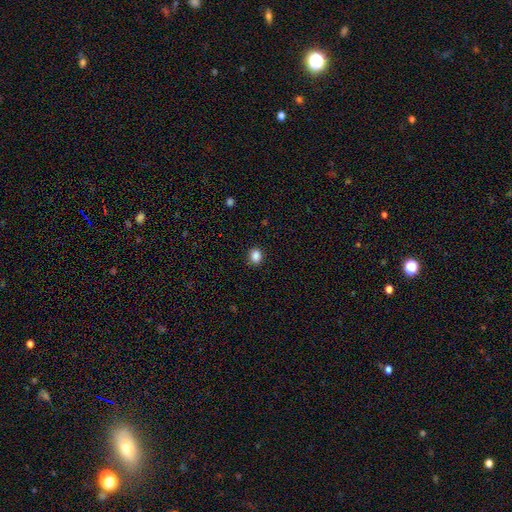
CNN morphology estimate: Q: Smooth or featured?
A: smooth (87%); runner-up: star or artifact (10%)
Q: How rounded?
A: round (56%); runner-up: in between (43%)
Q: Merging?
A: none (89%); runner-up: minor disturbance (8%)